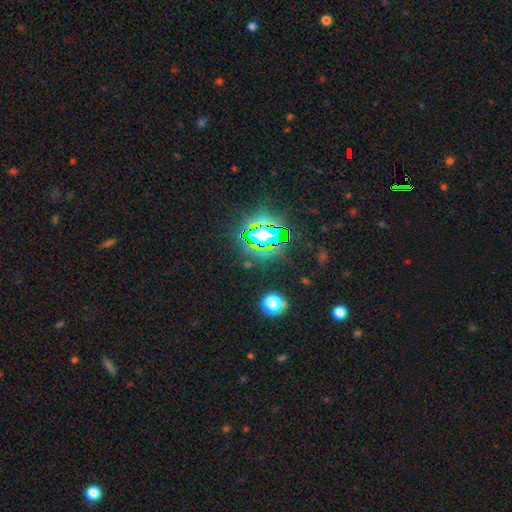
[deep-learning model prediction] Smooth or featured?
  - star or artifact: 83% *
  - smooth: 10%
  - featured or disk: 7%